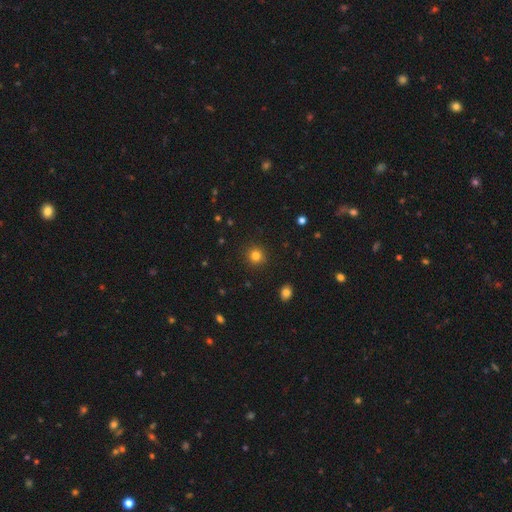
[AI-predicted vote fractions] Smooth or featured: smooth — 82% (star or artifact — 13%)
How rounded: round — 94% (in between — 6%)
Merging: none — 92% (minor disturbance — 5%)